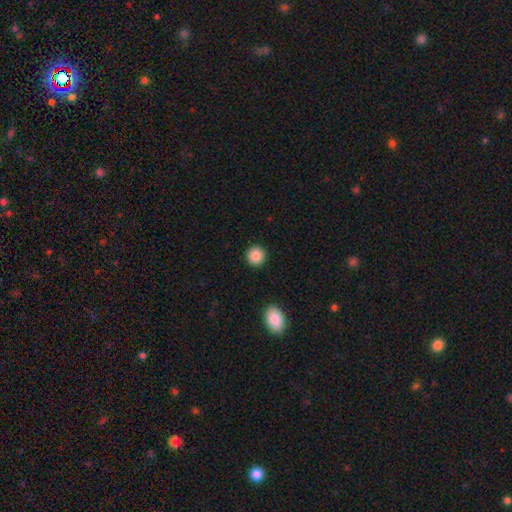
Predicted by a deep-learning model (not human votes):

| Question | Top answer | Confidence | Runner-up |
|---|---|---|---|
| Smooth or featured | smooth | 87% | star or artifact (9%) |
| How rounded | round | 93% | in between (6%) |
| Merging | none | 92% | minor disturbance (5%) |